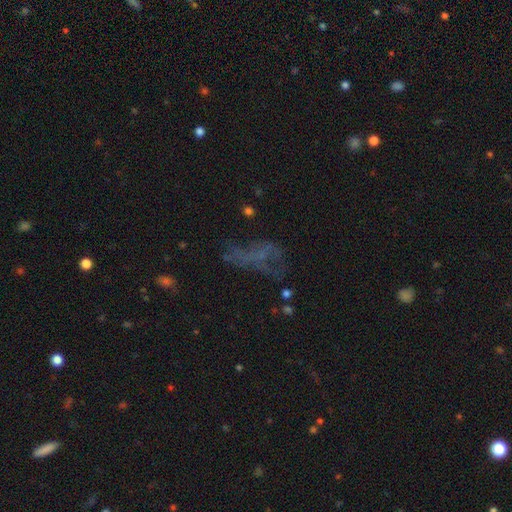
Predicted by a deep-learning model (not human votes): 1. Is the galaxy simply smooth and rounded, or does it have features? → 36% featured or disk, 34% star or artifact, 30% smooth.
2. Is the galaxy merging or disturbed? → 40% none, 35% major disturbance, 18% minor disturbance, 7% merger.